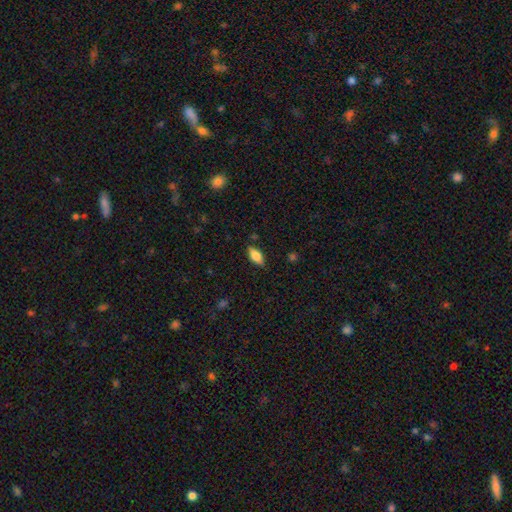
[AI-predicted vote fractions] smooth-or-featured: smooth: 77% | featured or disk: 16% | star or artifact: 7%
  how-rounded: in between: 84% | cigar-shaped: 13% | round: 3%
  merging: none: 83% | minor disturbance: 13% | major disturbance: 3% | merger: 1%